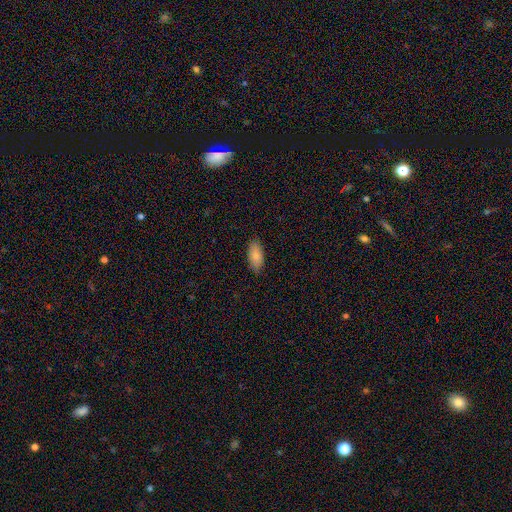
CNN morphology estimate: smooth_or_featured: smooth (p=0.86) [alt: featured or disk p=0.08]
how_rounded: in between (p=0.90) [alt: cigar-shaped p=0.08]
merging: none (p=0.87) [alt: minor disturbance p=0.10]